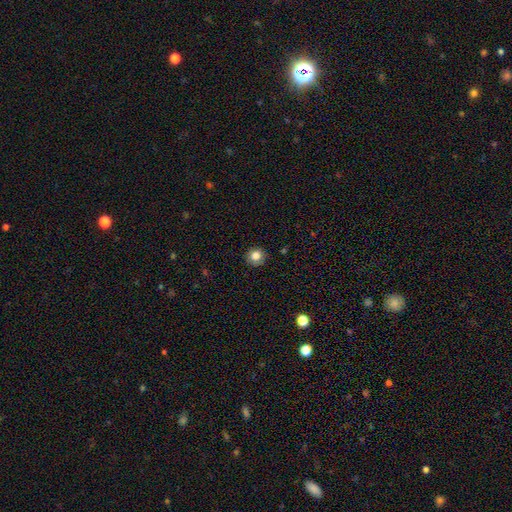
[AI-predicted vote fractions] This is clearly a smooth galaxy (81%). How rounded: clearly round (90%). Merging: clearly none (88%).